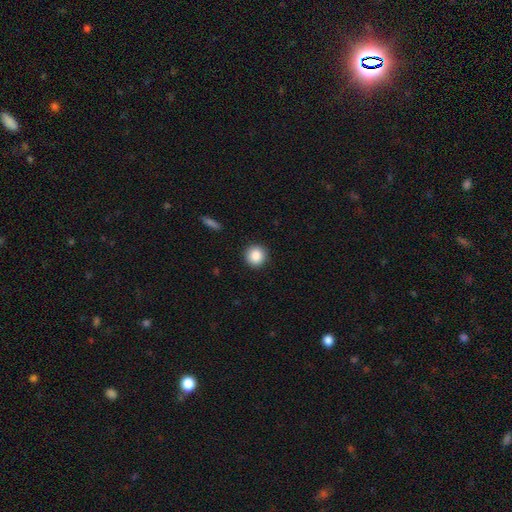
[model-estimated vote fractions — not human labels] Morphology: type=smooth (87%); roundness=round (92%); merging=none (92%).